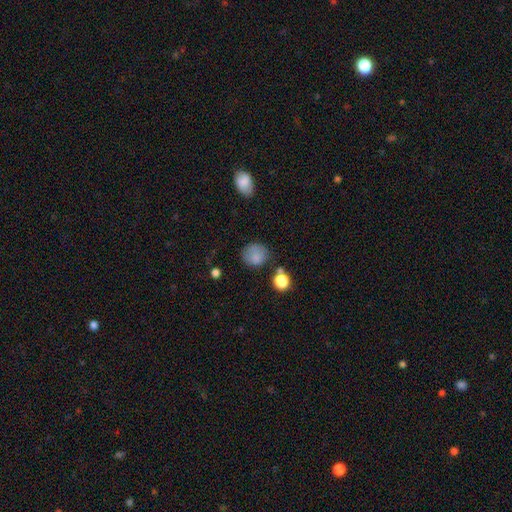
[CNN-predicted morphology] smooth_or_featured: smooth (p=0.81) [alt: star or artifact p=0.11]
how_rounded: round (p=0.77) [alt: in between p=0.22]
merging: none (p=0.69) [alt: minor disturbance p=0.20]